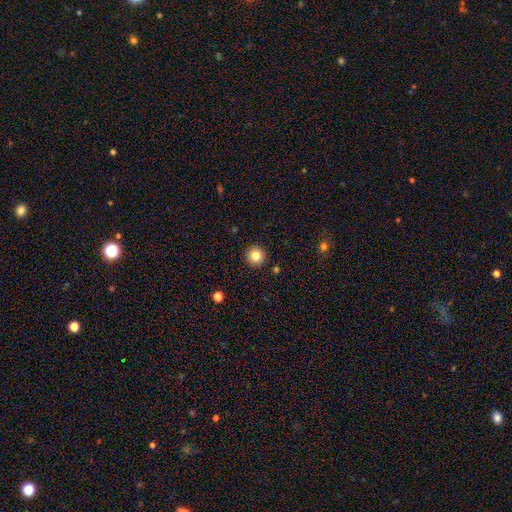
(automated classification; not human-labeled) Smooth or featured: smooth — 82% (star or artifact — 11%)
How rounded: round — 96% (in between — 3%)
Merging: none — 93% (minor disturbance — 5%)